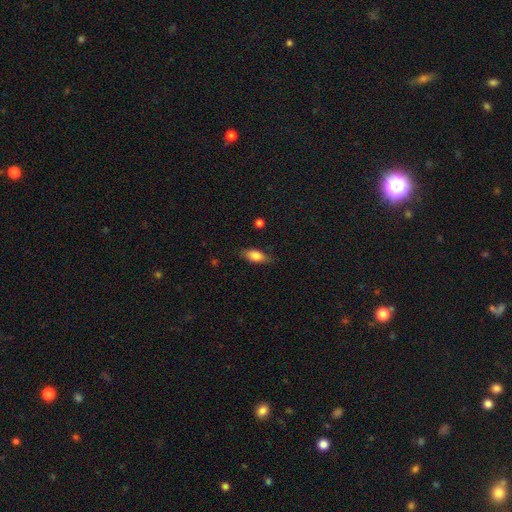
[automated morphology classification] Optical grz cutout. It shows a smooth galaxy with no disk features (78%) that is in between round and cigar-shaped (81%). Merging: none (80%).